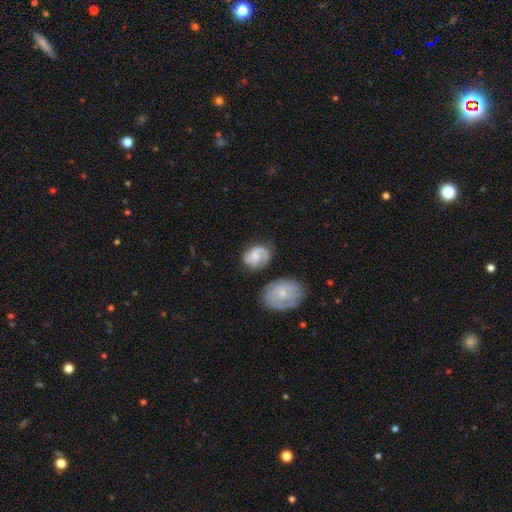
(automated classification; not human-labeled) Smooth or featured: featured or disk — 65% (smooth — 29%)
Edge-on disk: no — 97% (yes — 3%)
Bar: no — 54% (weak — 40%)
Spiral arms: yes — 92% (no — 8%)
Spiral winding: medium — 46% (loose — 28%)
Spiral arm count: 2 — 75% (1 — 12%)
Bulge size: small — 45% (moderate — 36%)
Merging: none — 65% (minor disturbance — 21%)